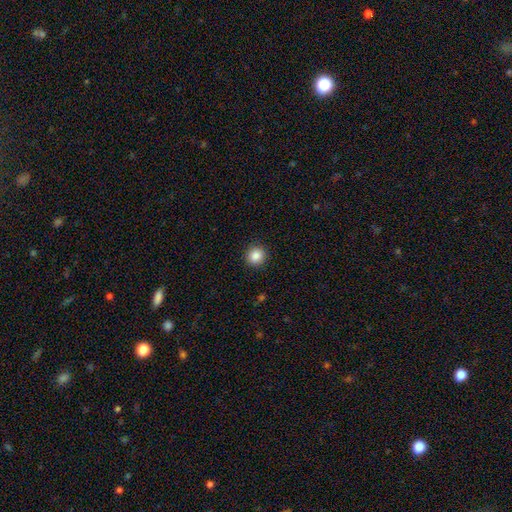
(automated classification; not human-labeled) This appears to be a smooth galaxy with no disk features (86%) that is round (93%). Merging: none (92%).